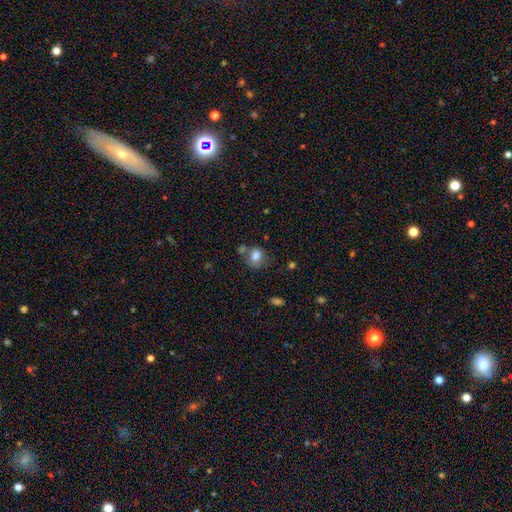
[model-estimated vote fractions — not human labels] This appears to be a smooth galaxy with no disk features (80%) that is round (53%). Merging: none (49%).